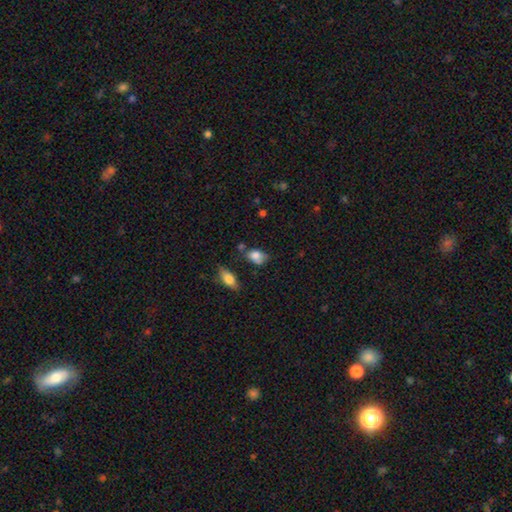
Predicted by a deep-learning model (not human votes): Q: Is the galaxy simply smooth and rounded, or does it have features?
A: smooth — 79%.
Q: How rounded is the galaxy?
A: in between — 82%.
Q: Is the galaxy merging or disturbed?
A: none — 47%.